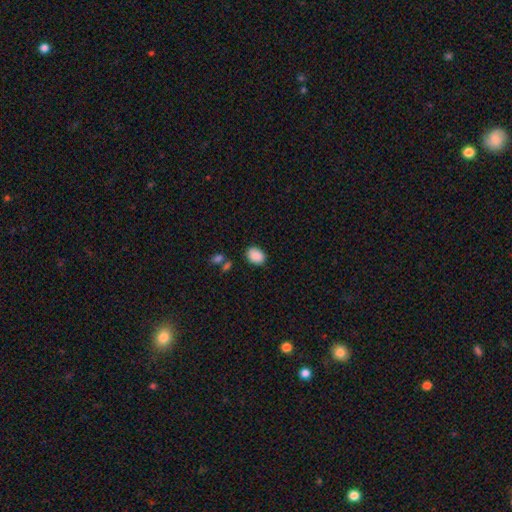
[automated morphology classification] Overall: smooth (89%). How rounded: in between (73%). Merging: none (82%).